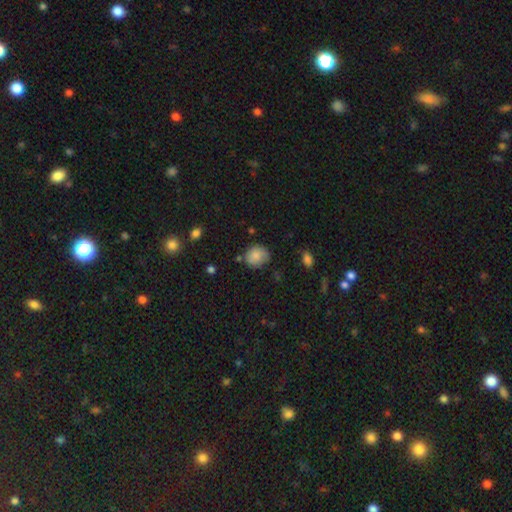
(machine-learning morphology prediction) smooth 82%, featured or disk 9%, star or artifact 8%. Down the decision tree: how rounded — round (67%); merging — none (68%).